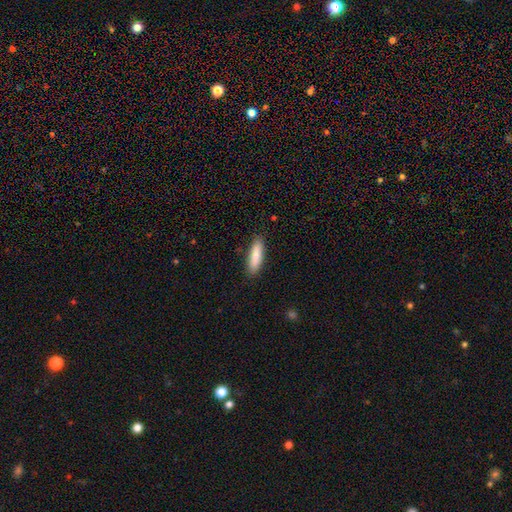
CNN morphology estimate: Q: Smooth or featured?
A: smooth (85%); runner-up: featured or disk (9%)
Q: How rounded?
A: cigar-shaped (63%); runner-up: in between (36%)
Q: Merging?
A: none (88%); runner-up: minor disturbance (9%)